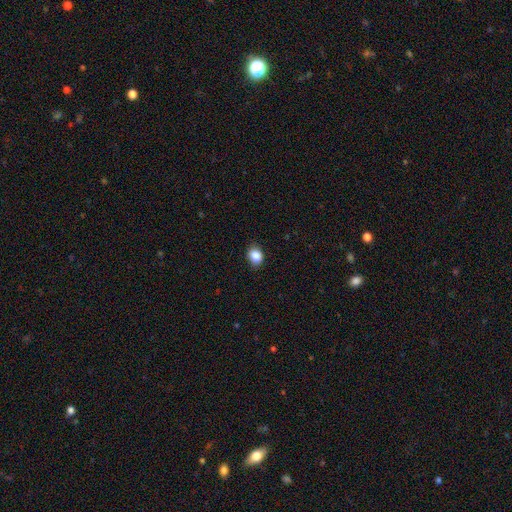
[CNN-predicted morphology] This appears to be a smooth galaxy with no disk features (87%) that is in between round and cigar-shaped (53%). Merging: none (87%).